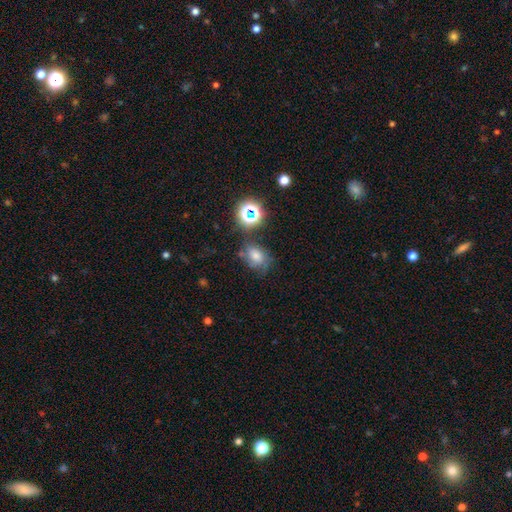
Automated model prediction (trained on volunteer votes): Smooth or featured?
  - smooth: 47% *
  - star or artifact: 31%
  - featured or disk: 22%
Merging?
  - none: 60% *
  - minor disturbance: 23%
  - major disturbance: 11%
  - merger: 7%